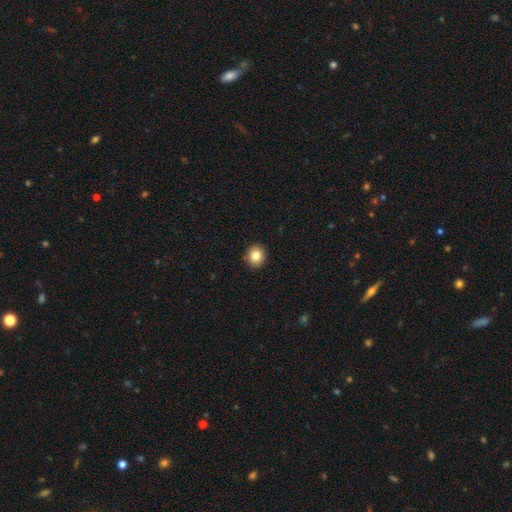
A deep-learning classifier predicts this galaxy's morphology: This is clearly a smooth galaxy (82%). How rounded: likely round (73%). Merging: clearly none (91%).